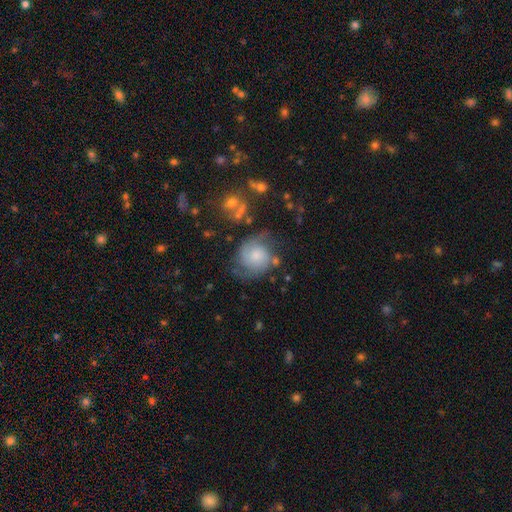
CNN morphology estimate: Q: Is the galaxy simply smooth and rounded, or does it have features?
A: featured or disk — 60%.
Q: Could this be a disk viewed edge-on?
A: no — 98%.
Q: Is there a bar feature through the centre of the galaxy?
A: no — 74%.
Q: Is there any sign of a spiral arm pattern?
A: yes — 90%.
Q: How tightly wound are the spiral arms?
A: medium — 45%.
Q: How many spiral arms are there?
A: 2 — 74%.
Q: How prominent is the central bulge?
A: moderate — 35%.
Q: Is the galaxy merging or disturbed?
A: none — 56%.